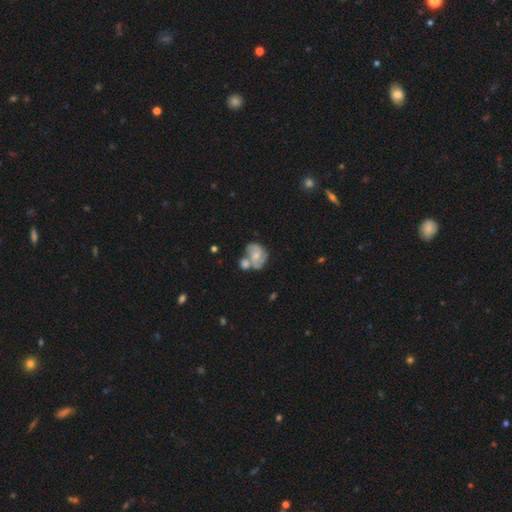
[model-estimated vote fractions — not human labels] Smooth or featured? Predicted: featured or disk (p=0.64). Edge-on disk? Predicted: no (p=0.98). Bar? Predicted: no (p=0.66). Spiral arms? Predicted: yes (p=0.84). Spiral winding? Predicted: medium (p=0.43). Spiral arm count? Predicted: 2 (p=0.43). Bulge size? Predicted: moderate (p=0.43). Merging? Predicted: merger (p=0.41).